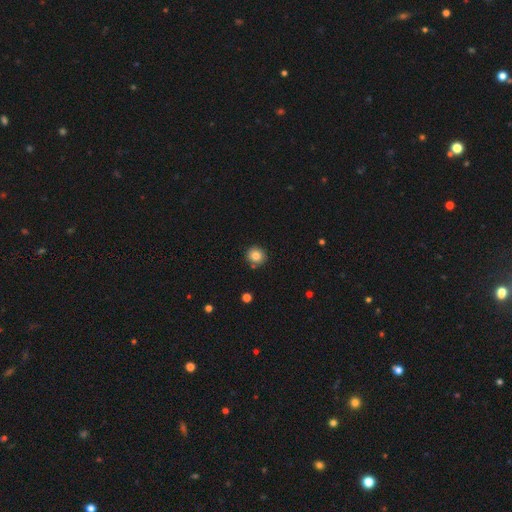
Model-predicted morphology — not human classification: Overall: smooth (83%). How rounded: round (91%). Merging: none (85%).